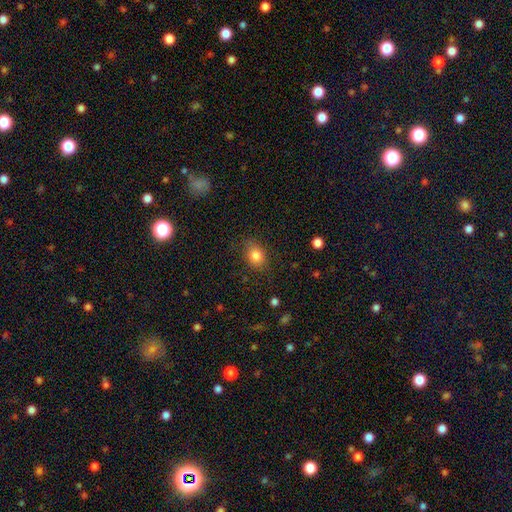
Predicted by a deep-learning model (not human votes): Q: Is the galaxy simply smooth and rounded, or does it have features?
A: smooth — 83%.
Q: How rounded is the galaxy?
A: in between — 50%.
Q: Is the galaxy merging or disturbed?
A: none — 80%.